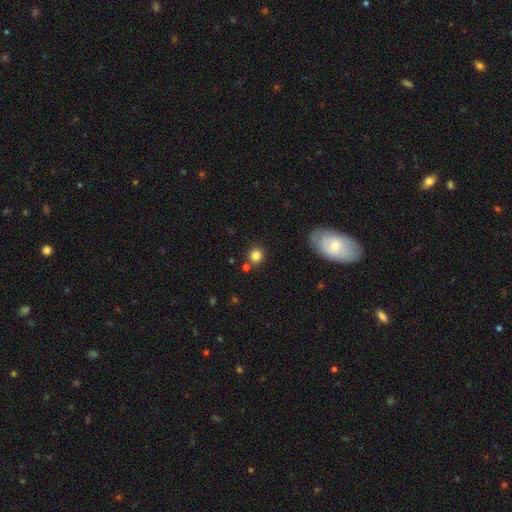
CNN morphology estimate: Smooth or featured?
  - smooth: 82% *
  - star or artifact: 11%
  - featured or disk: 6%
How rounded?
  - round: 89% *
  - in between: 10%
  - cigar-shaped: 1%
Merging?
  - none: 81% *
  - minor disturbance: 9%
  - merger: 7%
  - major disturbance: 3%